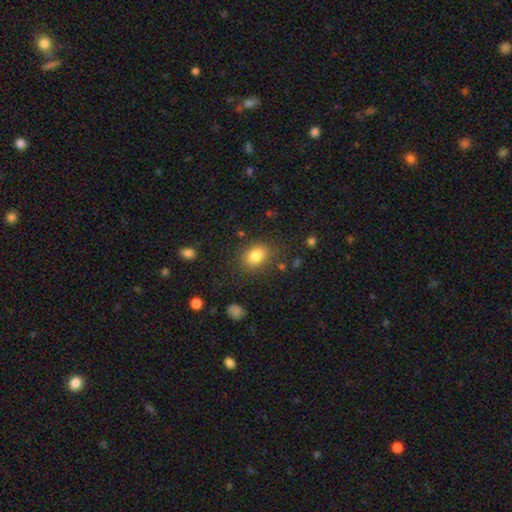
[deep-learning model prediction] Smooth or featured? smooth (82%)
How rounded? in between (62%)
Merging? none (81%)